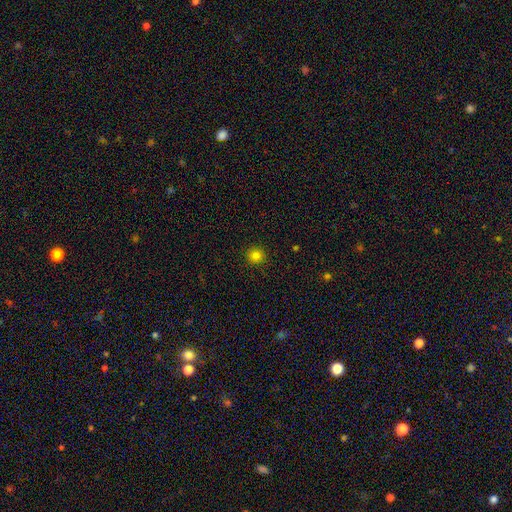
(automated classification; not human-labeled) A smooth galaxy with no disk features (82%) that is round (93%). Merging: none (92%).